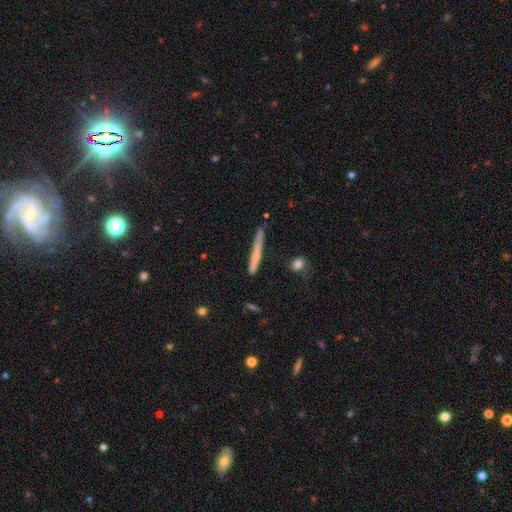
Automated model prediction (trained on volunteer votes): smooth-or-featured: smooth: 54% | featured or disk: 39% | star or artifact: 7%
  how-rounded: cigar-shaped: 96% | in between: 3% | round: 2%
  merging: none: 73% | minor disturbance: 19% | major disturbance: 4% | merger: 4%